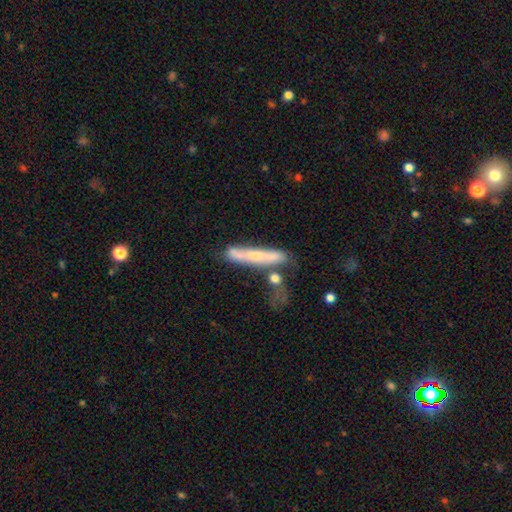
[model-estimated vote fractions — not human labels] A featured or disk galaxy (49%).

Vote fractions:
- Smooth or featured? featured or disk: 49% / smooth: 44% / star or artifact: 7%
- Merging? none: 52% / minor disturbance: 22% / merger: 17% / major disturbance: 9%